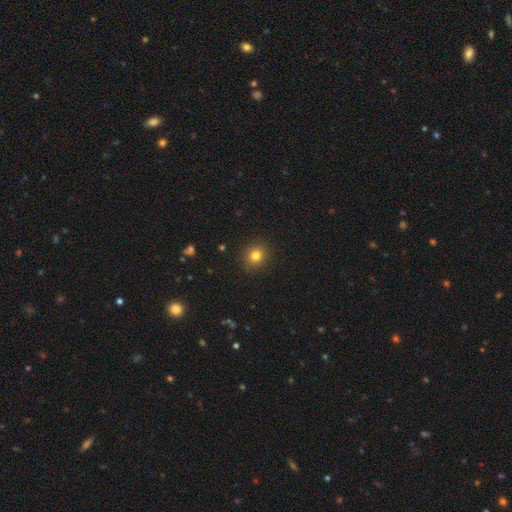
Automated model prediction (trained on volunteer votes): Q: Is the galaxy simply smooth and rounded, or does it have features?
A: smooth — 81%.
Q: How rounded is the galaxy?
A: round — 85%.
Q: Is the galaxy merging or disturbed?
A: none — 90%.